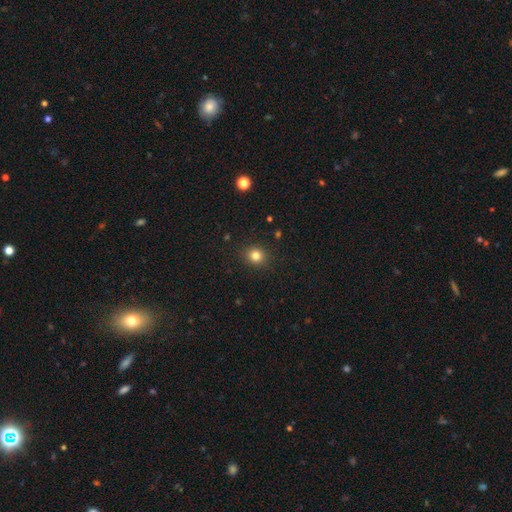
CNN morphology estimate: type=smooth (81%); roundness=round (86%); merging=none (90%).